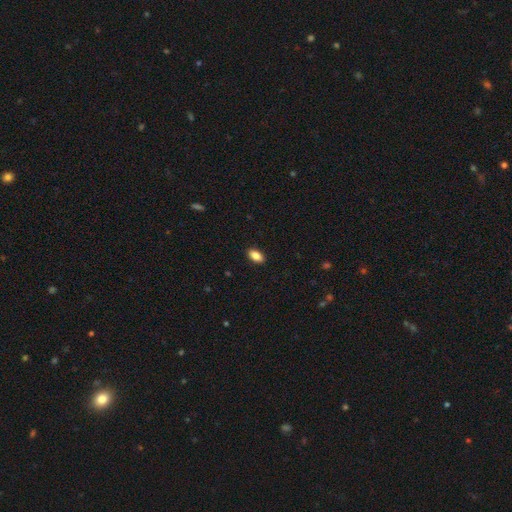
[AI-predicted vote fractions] This is clearly a smooth galaxy (86%). How rounded: clearly in between (92%). Merging: clearly none (90%).